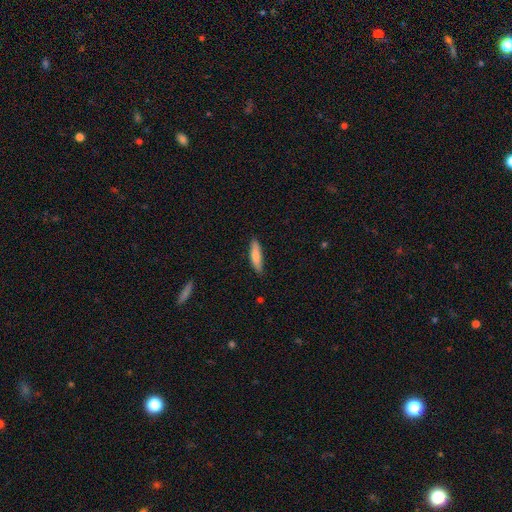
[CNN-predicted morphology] smooth_or_featured: smooth (p=0.80) [alt: featured or disk p=0.14]
how_rounded: cigar-shaped (p=0.73) [alt: in between p=0.25]
merging: none (p=0.84) [alt: minor disturbance p=0.12]